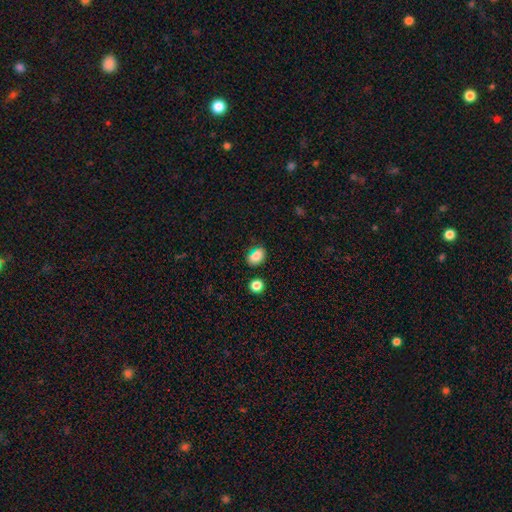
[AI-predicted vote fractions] Overall: smooth (83%). How rounded: in between (70%). Merging: none (68%).